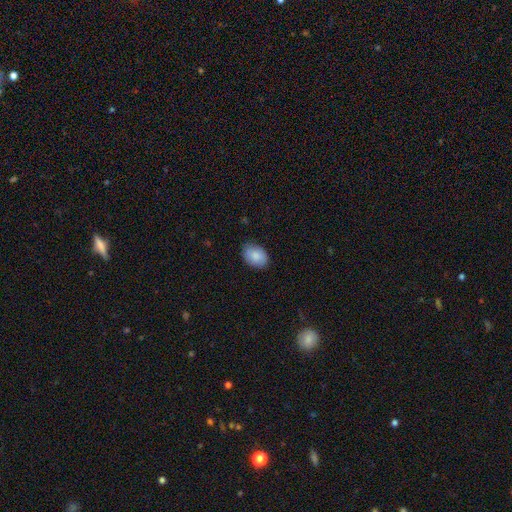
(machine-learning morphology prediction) A smooth galaxy with no disk features (85%) that is in between round and cigar-shaped (77%). Merging: none (82%).